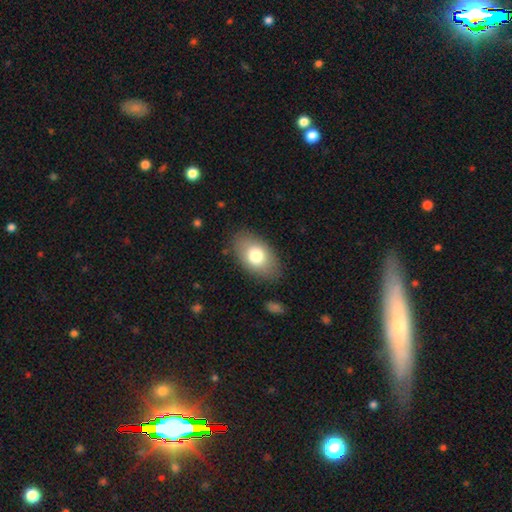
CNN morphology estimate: smooth-or-featured: smooth: 75% | featured or disk: 17% | star or artifact: 7%
  how-rounded: in between: 90% | round: 8% | cigar-shaped: 1%
  merging: none: 83% | minor disturbance: 12% | major disturbance: 4% | merger: 1%